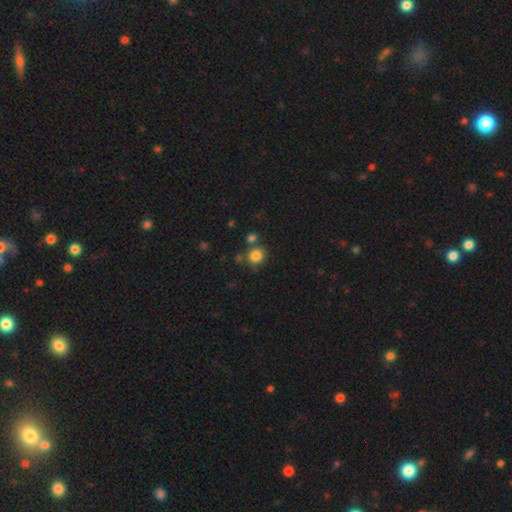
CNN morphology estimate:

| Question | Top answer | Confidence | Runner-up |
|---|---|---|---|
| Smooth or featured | smooth | 83% | star or artifact (11%) |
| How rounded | round | 89% | in between (10%) |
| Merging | none | 74% | merger (12%) |